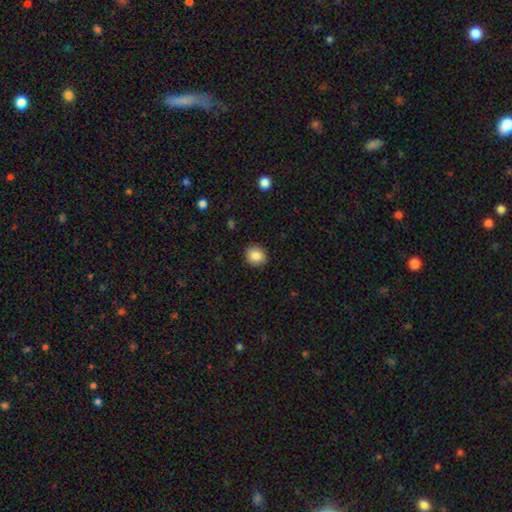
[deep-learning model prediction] A smooth galaxy with no disk features (87%) that is round (84%).

Vote fractions:
- Smooth or featured? smooth: 87% / star or artifact: 9% / featured or disk: 4%
- How rounded? round: 84% / in between: 15% / cigar-shaped: 1%
- Merging? none: 90% / minor disturbance: 7% / major disturbance: 2% / merger: 1%